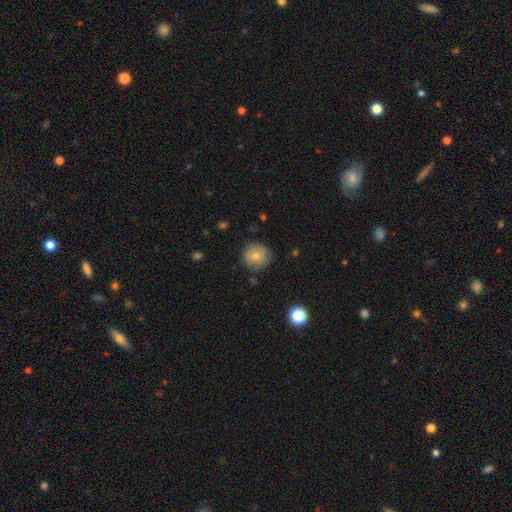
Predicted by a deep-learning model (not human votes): Smooth or featured? Predicted: smooth (p=0.74). How rounded? Predicted: round (p=0.91). Merging? Predicted: none (p=0.81).